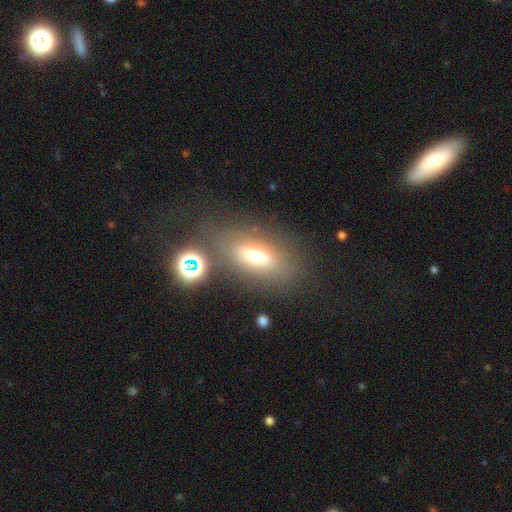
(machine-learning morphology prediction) smooth-or-featured: smooth: 62% | featured or disk: 24% | star or artifact: 14%
  how-rounded: in between: 76% | cigar-shaped: 15% | round: 9%
  merging: none: 74% | minor disturbance: 12% | merger: 7% | major disturbance: 7%